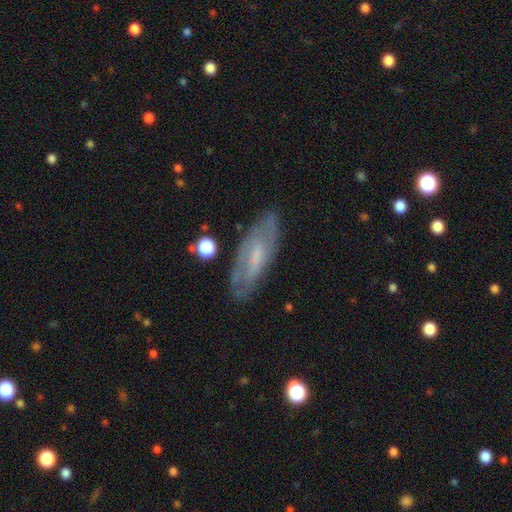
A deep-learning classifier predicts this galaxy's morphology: smooth-or-featured: featured or disk: 61% | smooth: 32% | star or artifact: 7%
  disk-edge-on: no: 78% | yes: 22%
  merging: none: 75% | minor disturbance: 17% | major disturbance: 6% | merger: 2%